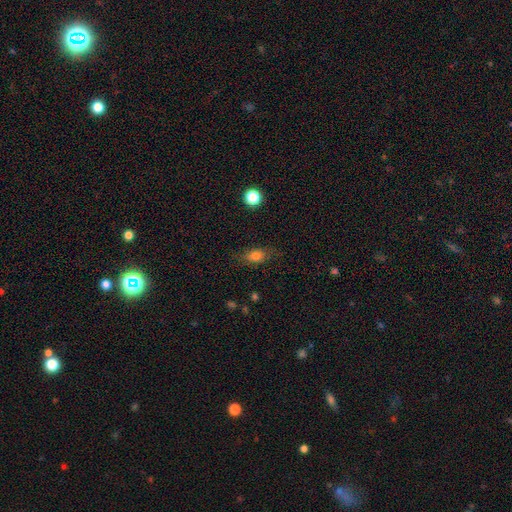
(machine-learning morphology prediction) A smooth galaxy with no disk features (78%) that is in between round and cigar-shaped (77%).

Vote fractions:
- Smooth or featured? smooth: 78% / featured or disk: 11% / star or artifact: 11%
- How rounded? in between: 77% / round: 15% / cigar-shaped: 9%
- Merging? none: 73% / minor disturbance: 19% / major disturbance: 7% / merger: 2%